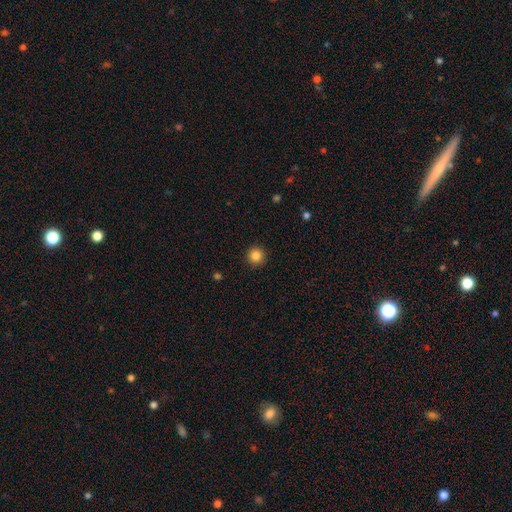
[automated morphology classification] A smooth galaxy with no disk features (84%) that is round (95%).

Vote fractions:
- Smooth or featured? smooth: 84% / star or artifact: 11% / featured or disk: 5%
- How rounded? round: 95% / in between: 4% / cigar-shaped: 1%
- Merging? none: 92% / minor disturbance: 5% / major disturbance: 2% / merger: 1%